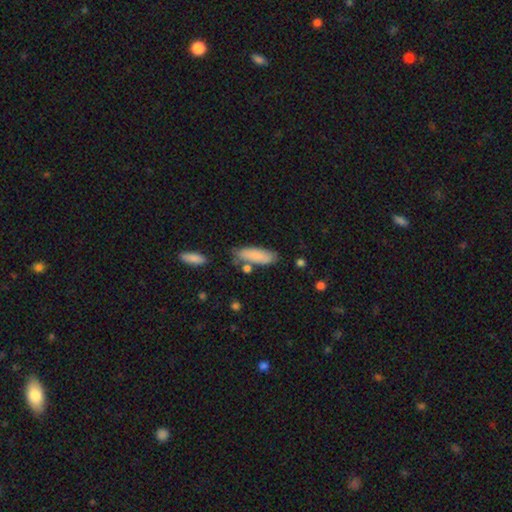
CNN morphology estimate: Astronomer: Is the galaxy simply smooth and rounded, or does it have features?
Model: smooth — 83%.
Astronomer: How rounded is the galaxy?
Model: in between — 55% (runner-up: cigar-shaped, 43%).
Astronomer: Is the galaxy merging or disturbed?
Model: none — 71%.